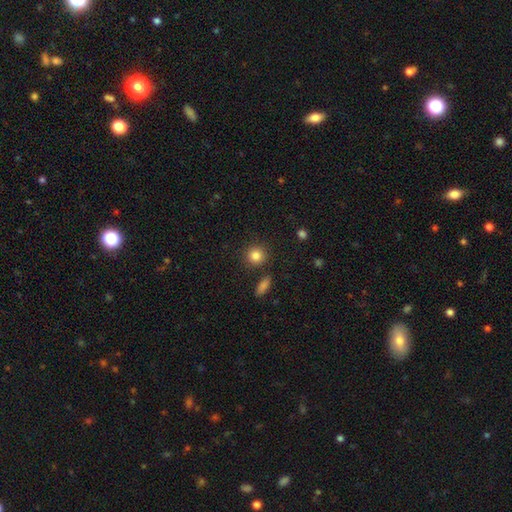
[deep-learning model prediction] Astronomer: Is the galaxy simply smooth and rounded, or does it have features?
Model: smooth — 85%.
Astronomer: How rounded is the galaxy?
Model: round — 89%.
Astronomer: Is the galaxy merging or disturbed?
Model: none — 86%.